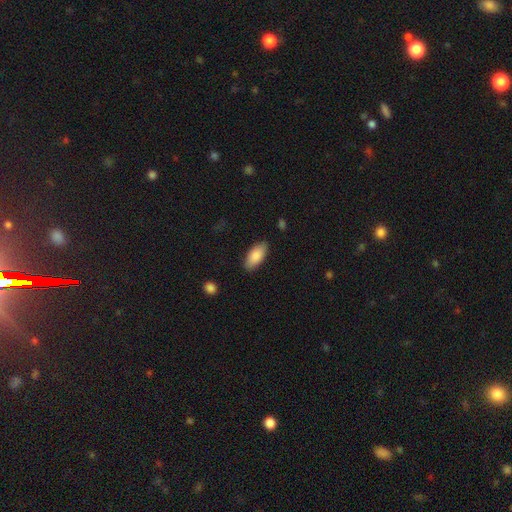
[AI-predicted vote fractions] smooth 86%, featured or disk 8%, star or artifact 6%. Down the decision tree: how rounded — in between (89%); merging — none (85%).